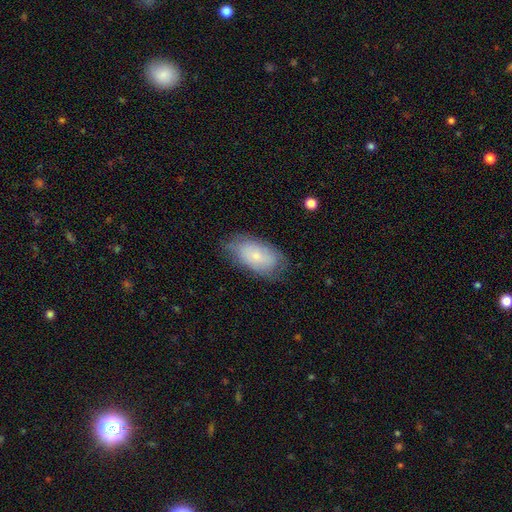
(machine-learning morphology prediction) type=smooth (67%); roundness=in between (94%); merging=none (70%).